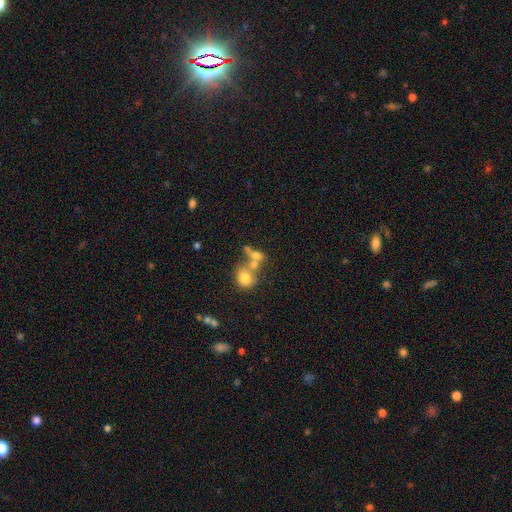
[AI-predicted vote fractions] A smooth galaxy with no disk features (63%) that is in between round and cigar-shaped (49%). Merging: merger (55%).